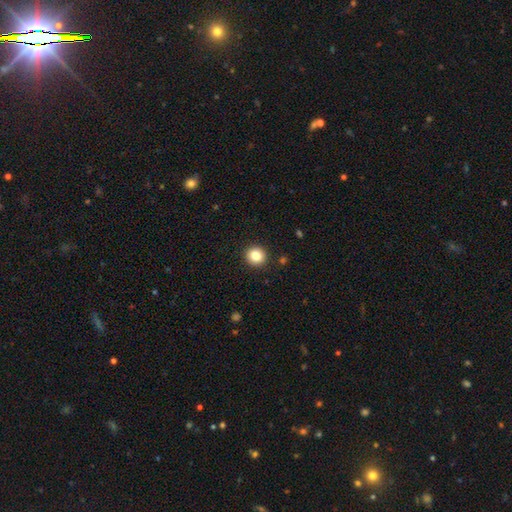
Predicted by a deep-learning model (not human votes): Smooth or featured: smooth — 84% (star or artifact — 10%)
How rounded: round — 90% (in between — 9%)
Merging: none — 92% (minor disturbance — 5%)